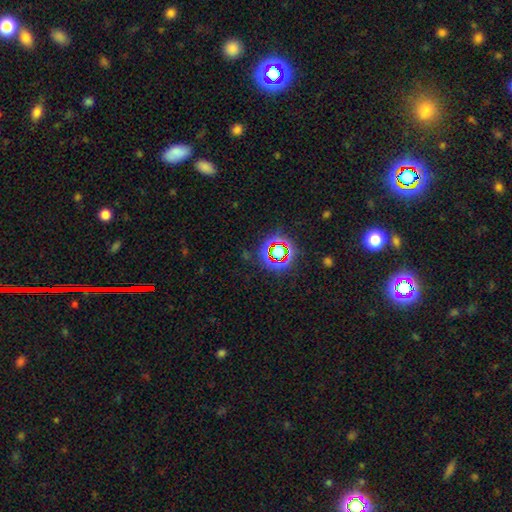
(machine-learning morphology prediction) Smooth or featured? star or artifact (68%)